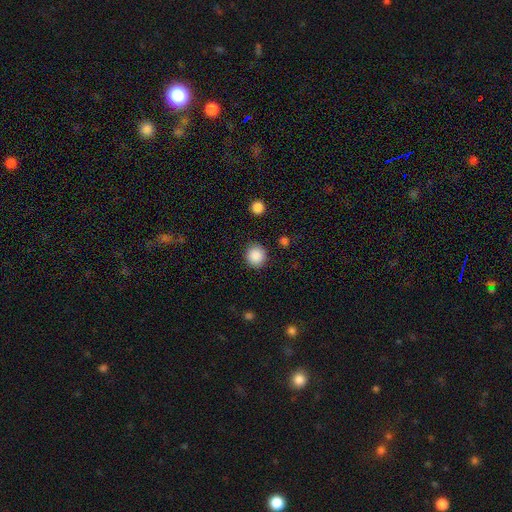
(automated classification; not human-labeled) Overall: smooth (88%). How rounded: round (92%). Merging: none (89%).